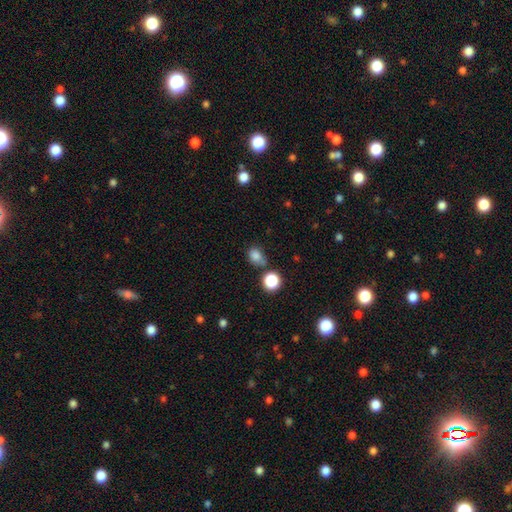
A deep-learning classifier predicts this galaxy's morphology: Overall: smooth (80%). How rounded: in between (51%; round 48%). Merging: none (58%; minor disturbance 23%).